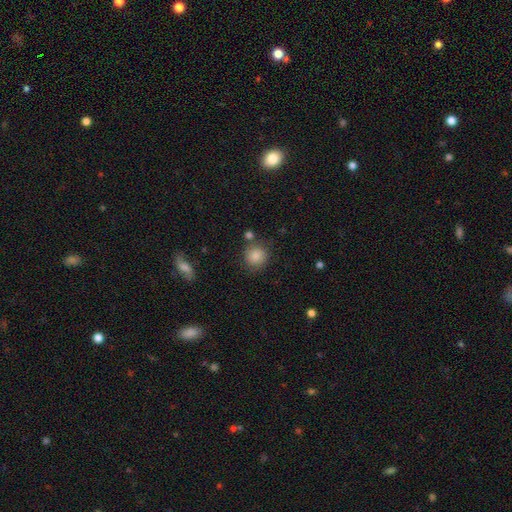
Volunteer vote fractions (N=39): A smooth galaxy with no disk features (90%) that is round (91%).

Vote fractions:
- Smooth or featured? smooth: 90% / star or artifact: 10% / featured or disk: 0%
- How rounded? round: 91% / in between: 9% / cigar-shaped: 0%
- Merging? none: 86% / minor disturbance: 9% / major disturbance: 3% / merger: 3%